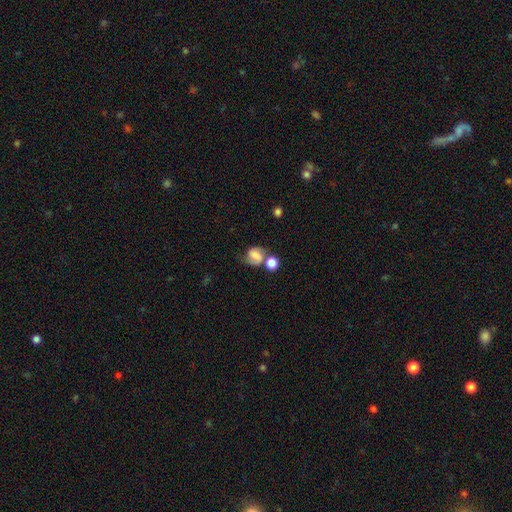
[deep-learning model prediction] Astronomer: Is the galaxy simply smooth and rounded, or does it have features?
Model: smooth — 48% (runner-up: featured or disk, 40%).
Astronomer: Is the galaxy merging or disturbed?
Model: none — 41% (runner-up: merger, 29%).